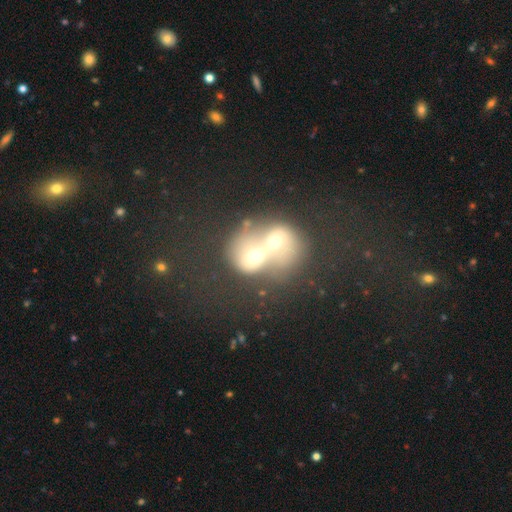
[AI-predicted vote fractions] This appears to be a smooth galaxy with no disk features (47%). Merging: merger (84%).